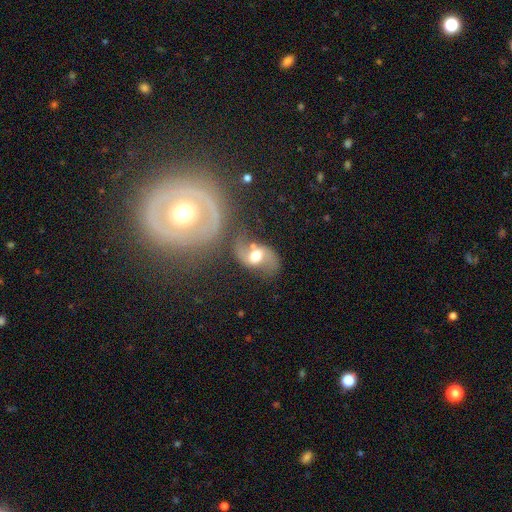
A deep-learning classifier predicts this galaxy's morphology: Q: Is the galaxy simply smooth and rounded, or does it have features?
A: featured or disk — 70%.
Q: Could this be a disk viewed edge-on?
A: no — 96%.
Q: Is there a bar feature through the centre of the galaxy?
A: no — 48%.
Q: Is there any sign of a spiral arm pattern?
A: yes — 87%.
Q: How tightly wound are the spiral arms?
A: loose — 62%.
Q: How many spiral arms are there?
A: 2 — 90%.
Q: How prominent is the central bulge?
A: moderate — 64%.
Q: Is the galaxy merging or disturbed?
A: none — 48%.